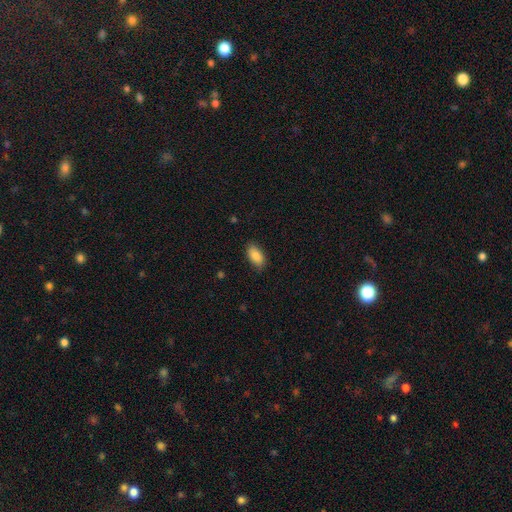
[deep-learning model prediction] smooth_or_featured: smooth (p=0.87) [alt: star or artifact p=0.07]
how_rounded: in between (p=0.93) [alt: round p=0.04]
merging: none (p=0.84) [alt: minor disturbance p=0.13]